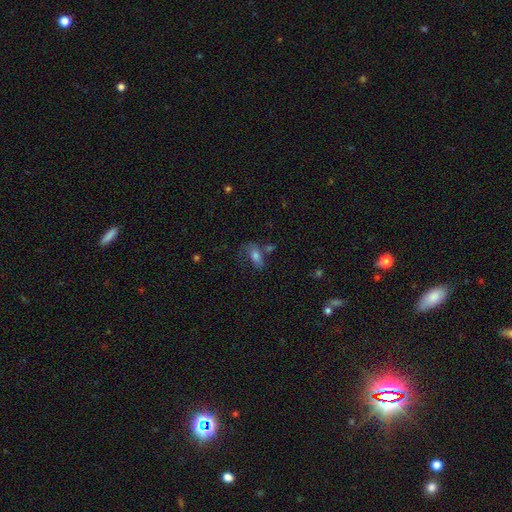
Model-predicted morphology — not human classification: smooth-or-featured: smooth: 68% | featured or disk: 21% | star or artifact: 11%
  how-rounded: in between: 85% | round: 8% | cigar-shaped: 7%
  merging: none: 38% | minor disturbance: 24% | major disturbance: 22% | merger: 17%